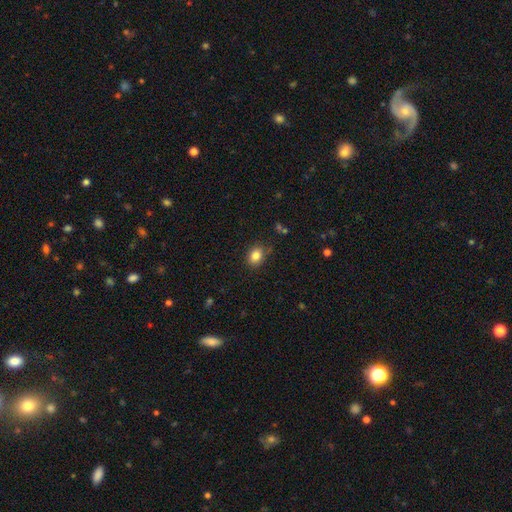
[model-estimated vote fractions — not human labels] A smooth galaxy with no disk features (85%) that is in between round and cigar-shaped (55%). Merging: none (83%).